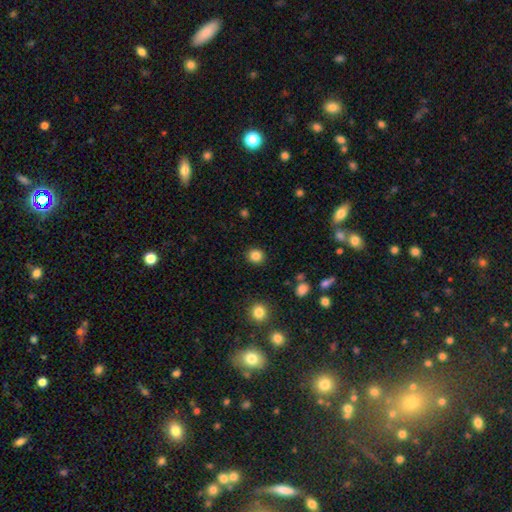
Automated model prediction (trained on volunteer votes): Overall: smooth (85%). How rounded: round (86%). Merging: none (91%).